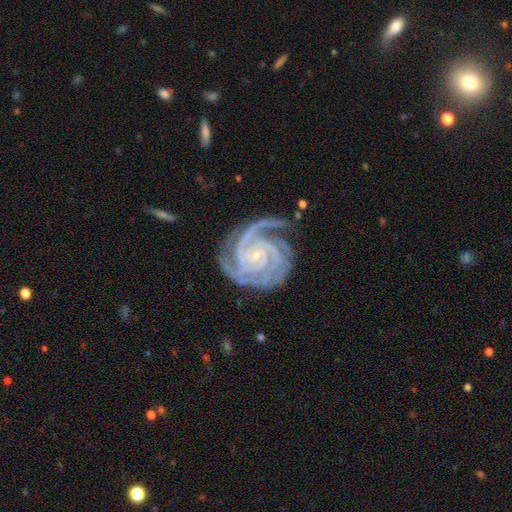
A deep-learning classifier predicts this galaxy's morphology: featured or disk 93%, star or artifact 4%, smooth 2%. Down the decision tree: edge-on disk — no (98%); bar — no (67%); spiral arms — yes (99%); spiral arm count — 3 (38%); spiral winding — tight (80%); bulge size — small (87%); merging — none (73%).